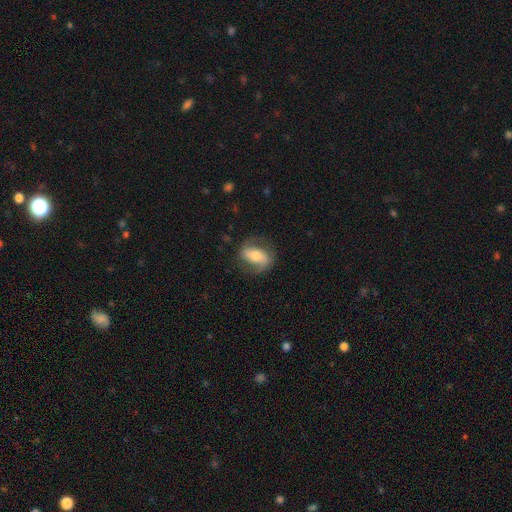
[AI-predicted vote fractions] smooth-or-featured: featured or disk: 63% | smooth: 31% | star or artifact: 6%
  disk-edge-on: no: 94% | yes: 6%
    bar: strong: 41% | weak: 30% | no: 29%
    has-spiral-arms: yes: 84% | no: 16%
    bulge-size: moderate: 62% | small: 23% | large: 11% | none: 2% | dominant: 2%
  merging: none: 74% | minor disturbance: 16% | major disturbance: 8% | merger: 1%